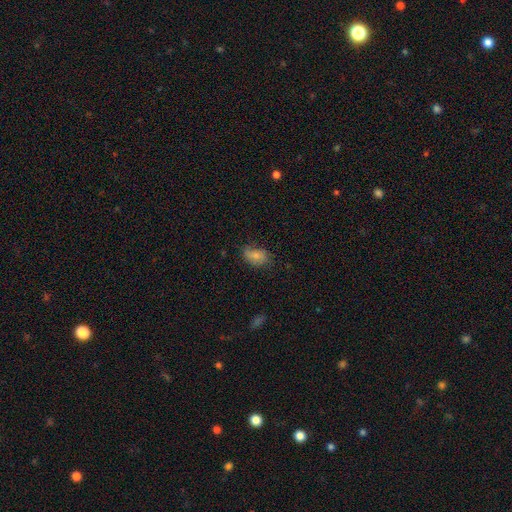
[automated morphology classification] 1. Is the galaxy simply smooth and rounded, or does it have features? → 74% smooth, 17% featured or disk, 9% star or artifact.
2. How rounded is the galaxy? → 88% in between, 10% round, 2% cigar-shaped.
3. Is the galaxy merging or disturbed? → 63% none, 27% minor disturbance, 8% major disturbance, 2% merger.